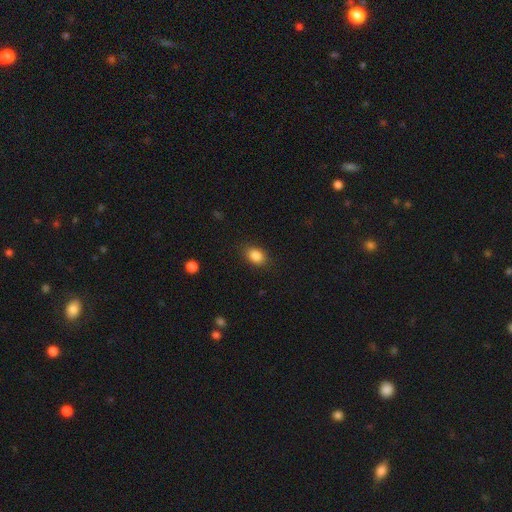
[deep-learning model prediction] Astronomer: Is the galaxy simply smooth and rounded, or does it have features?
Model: smooth — 86%.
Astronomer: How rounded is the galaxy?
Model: in between — 74%.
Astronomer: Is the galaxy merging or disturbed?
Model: none — 84%.